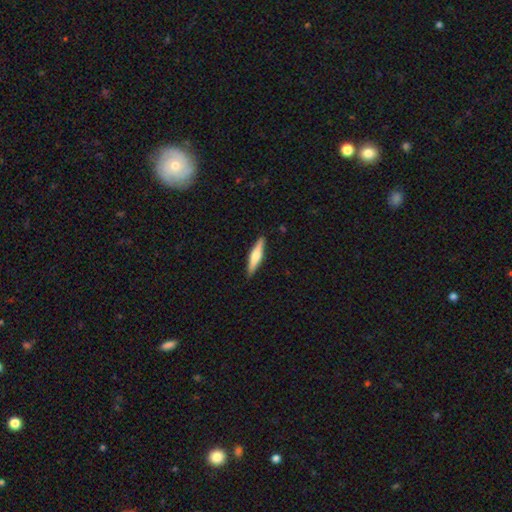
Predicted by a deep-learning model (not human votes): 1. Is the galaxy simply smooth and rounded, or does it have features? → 52% smooth, 43% featured or disk, 5% star or artifact.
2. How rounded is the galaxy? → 83% cigar-shaped, 16% in between, 2% round.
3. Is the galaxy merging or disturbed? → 90% none, 8% minor disturbance, 2% major disturbance, 1% merger.